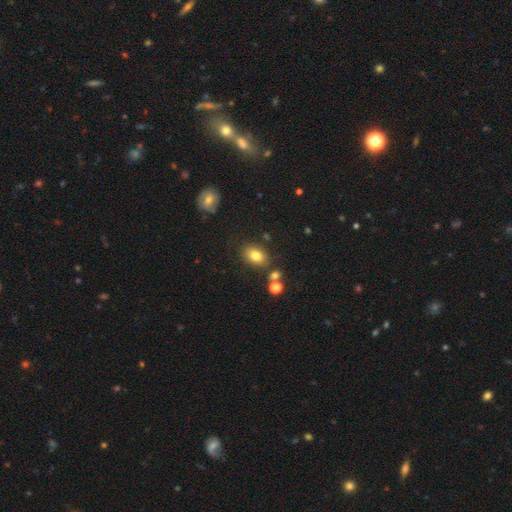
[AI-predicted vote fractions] Smooth or featured: smooth — 79% (star or artifact — 11%)
How rounded: in between — 76% (round — 22%)
Merging: none — 78% (minor disturbance — 12%)